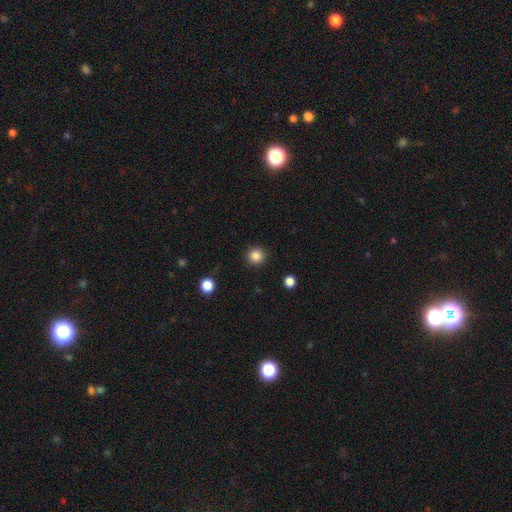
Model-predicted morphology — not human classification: Smooth or featured?
  - smooth: 85% *
  - star or artifact: 11%
  - featured or disk: 3%
How rounded?
  - round: 95% *
  - in between: 4%
  - cigar-shaped: 1%
Merging?
  - none: 92% *
  - minor disturbance: 5%
  - major disturbance: 2%
  - merger: 1%